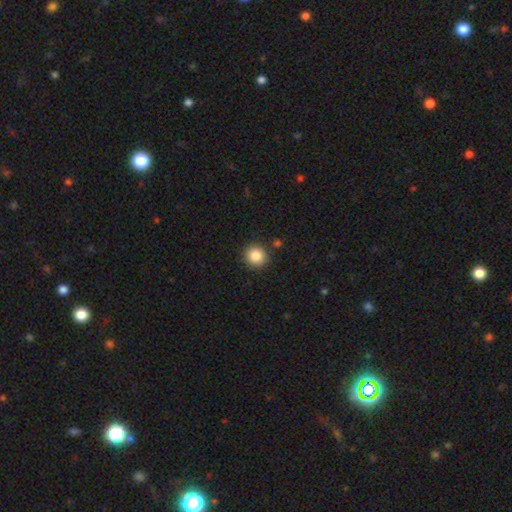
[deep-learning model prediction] Smooth or featured: smooth — 86% (star or artifact — 10%)
How rounded: round — 92% (in between — 7%)
Merging: none — 89% (minor disturbance — 6%)